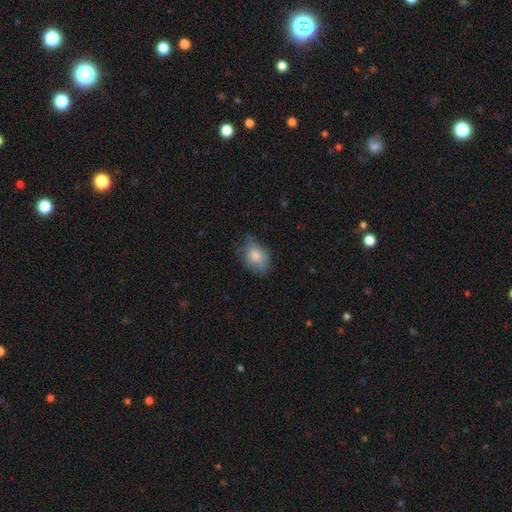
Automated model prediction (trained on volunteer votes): smooth-or-featured: smooth: 77% | featured or disk: 15% | star or artifact: 8%
  how-rounded: in between: 80% | round: 18% | cigar-shaped: 2%
  merging: none: 59% | minor disturbance: 30% | major disturbance: 9% | merger: 1%